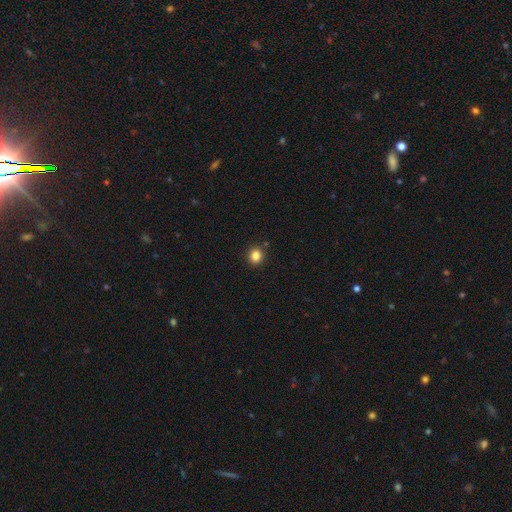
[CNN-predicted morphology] Smooth or featured?
  - smooth: 84% *
  - star or artifact: 12%
  - featured or disk: 4%
How rounded?
  - round: 85% *
  - in between: 14%
  - cigar-shaped: 1%
Merging?
  - none: 89% *
  - minor disturbance: 6%
  - merger: 3%
  - major disturbance: 2%